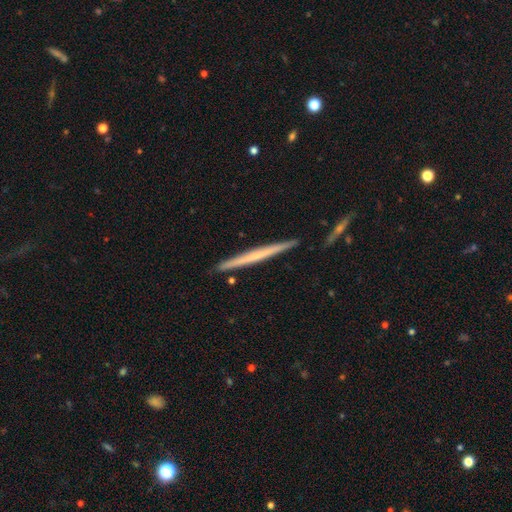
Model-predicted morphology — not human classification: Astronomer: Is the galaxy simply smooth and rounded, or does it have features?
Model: featured or disk — 52% (runner-up: smooth, 42%).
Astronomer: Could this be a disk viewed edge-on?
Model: yes — 97%.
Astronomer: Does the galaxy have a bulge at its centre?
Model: none — 84%.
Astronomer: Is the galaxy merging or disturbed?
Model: none — 91%.